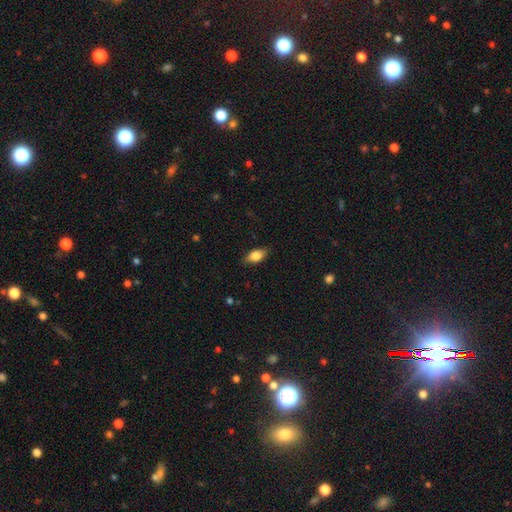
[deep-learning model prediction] smooth 83%, featured or disk 10%, star or artifact 7%. Down the decision tree: how rounded — in between (88%); merging — none (84%).